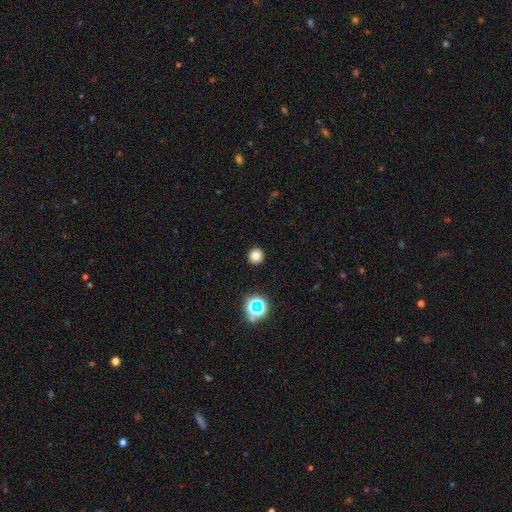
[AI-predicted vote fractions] Q: Smooth or featured?
A: smooth (79%); runner-up: star or artifact (16%)
Q: How rounded?
A: round (93%); runner-up: in between (6%)
Q: Merging?
A: none (92%); runner-up: minor disturbance (5%)